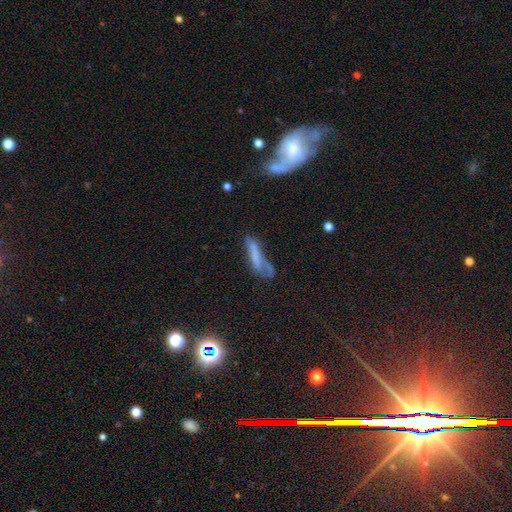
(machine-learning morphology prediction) A smooth galaxy with no disk features (51%) that is cigar-shaped (75%). Merging: none (36%).